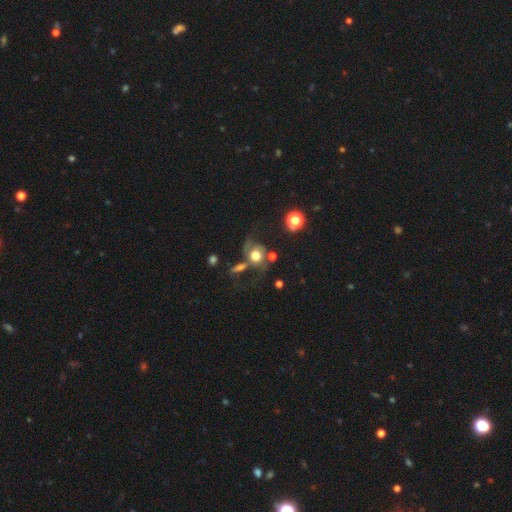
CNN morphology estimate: Overall: smooth (51%; featured or disk 38%). How rounded: round (76%). Merging: none (35%; major disturbance 27%).